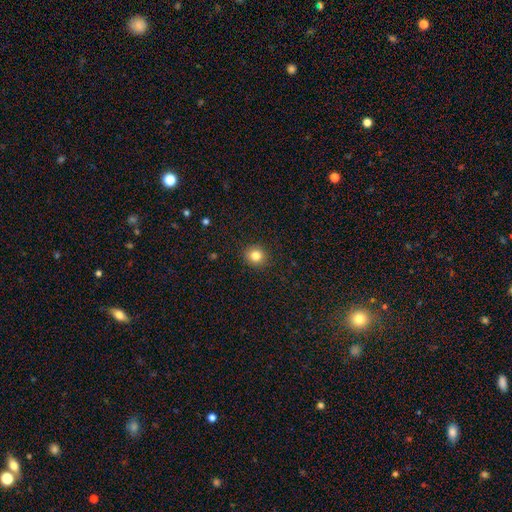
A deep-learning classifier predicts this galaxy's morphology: Smooth or featured?
  - smooth: 83% *
  - star or artifact: 11%
  - featured or disk: 6%
How rounded?
  - round: 87% *
  - in between: 12%
  - cigar-shaped: 1%
Merging?
  - none: 90% *
  - minor disturbance: 7%
  - major disturbance: 2%
  - merger: 1%